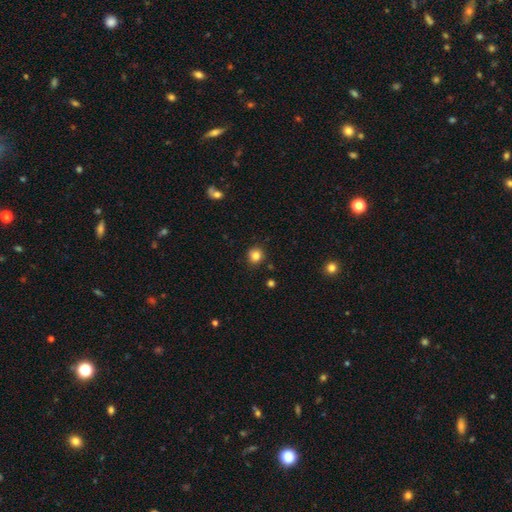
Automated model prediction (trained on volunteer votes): Smooth or featured?
  - smooth: 83% *
  - star or artifact: 12%
  - featured or disk: 5%
How rounded?
  - round: 88% *
  - in between: 11%
  - cigar-shaped: 1%
Merging?
  - none: 88% *
  - minor disturbance: 8%
  - major disturbance: 2%
  - merger: 2%